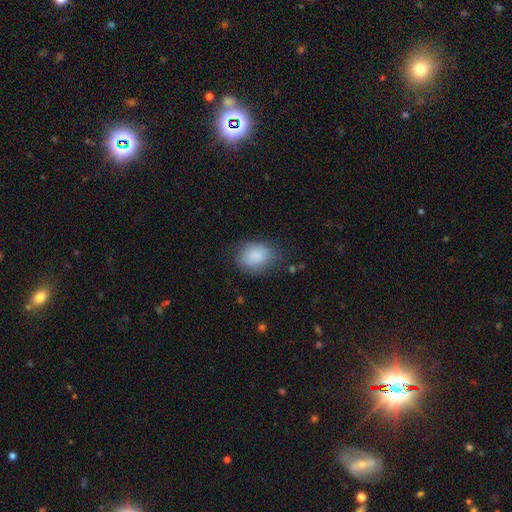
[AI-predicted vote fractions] Morphology: type=smooth (86%); roundness=in between (60%); merging=none (70%).